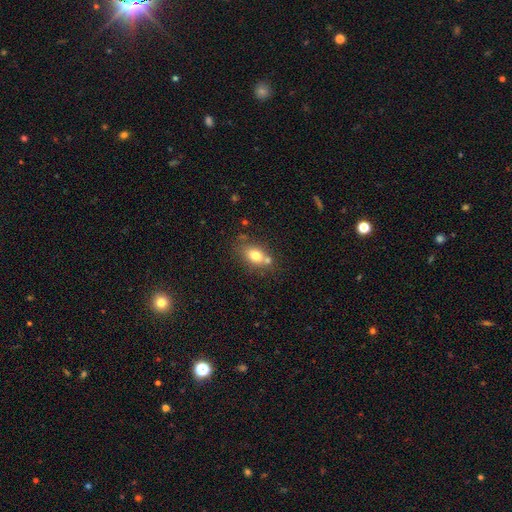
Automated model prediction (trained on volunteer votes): This appears to be a smooth galaxy with no disk features (74%) that is in between round and cigar-shaped (76%). Merging: none (56%).